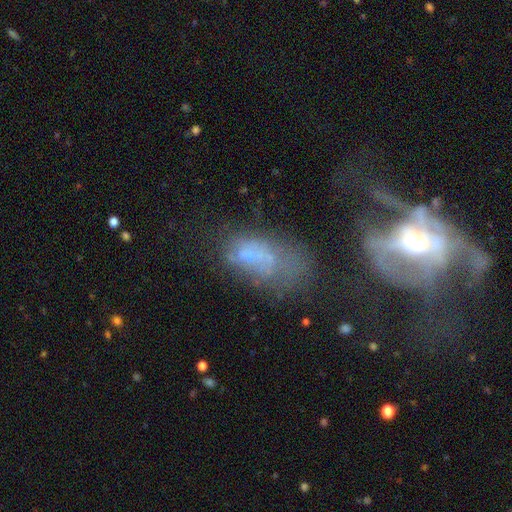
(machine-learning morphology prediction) Smooth or featured? featured or disk (42%)
Merging? major disturbance (31%)